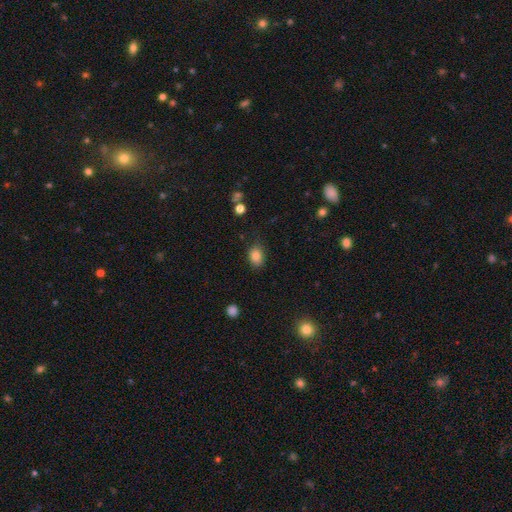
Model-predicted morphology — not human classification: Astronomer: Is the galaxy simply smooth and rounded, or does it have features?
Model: smooth — 84%.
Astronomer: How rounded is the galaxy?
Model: in between — 71%.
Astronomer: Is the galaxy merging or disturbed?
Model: none — 78%.